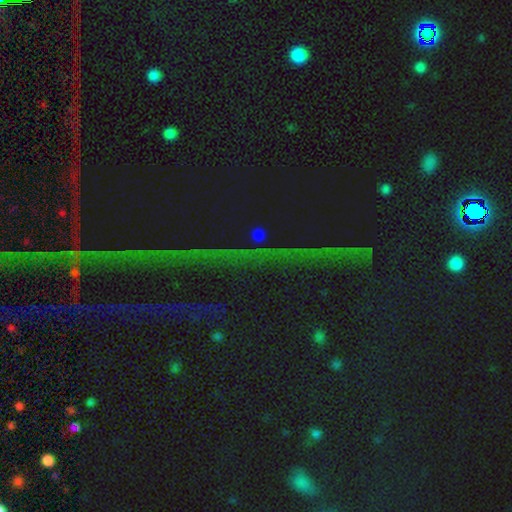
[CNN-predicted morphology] A star or artifact, not a galaxy (84%).